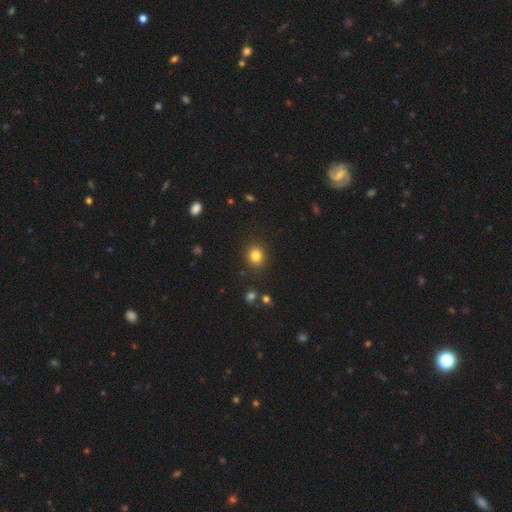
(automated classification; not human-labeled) Smooth or featured? smooth (82%)
How rounded? round (76%)
Merging? none (88%)